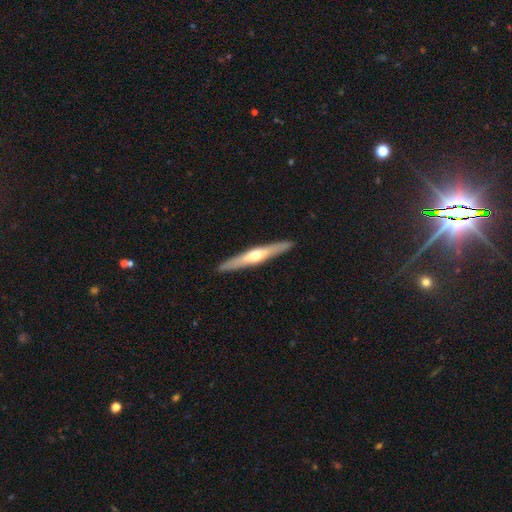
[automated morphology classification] A featured or disk galaxy (65%) viewed edge-on (95%) with a rounded central bulge (90%).

Vote fractions:
- Smooth or featured? featured or disk: 65% / smooth: 30% / star or artifact: 5%
- Edge-on disk? yes: 95% / no: 5%
- Edge-on bulge? rounded: 90% / none: 7% / boxy: 3%
- Merging? none: 91% / minor disturbance: 6% / major disturbance: 1% / merger: 1%